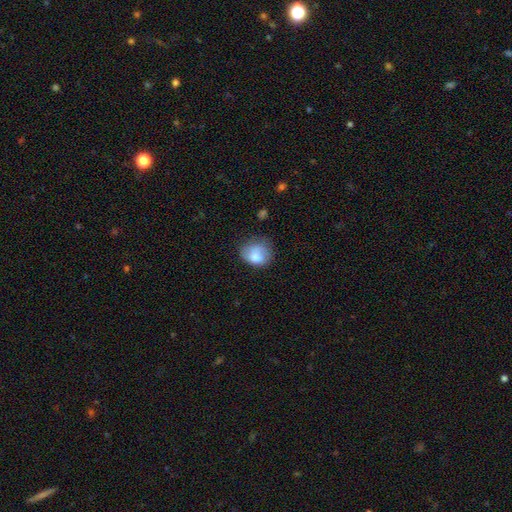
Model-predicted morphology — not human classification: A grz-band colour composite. It shows a smooth galaxy with no disk features (72%) that is round (60%). Merging: none (49%).